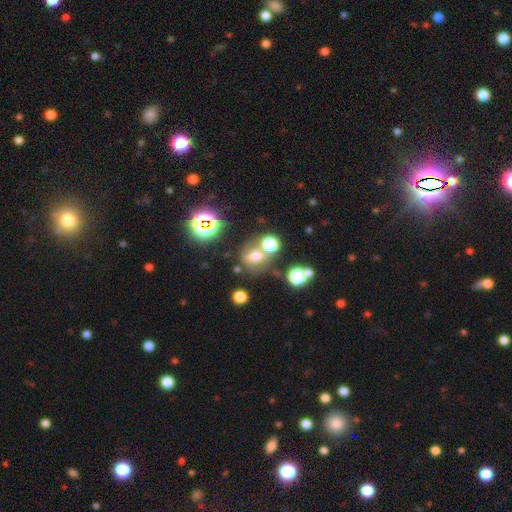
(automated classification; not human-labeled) smooth-or-featured: smooth: 58% | star or artifact: 26% | featured or disk: 16%
  how-rounded: round: 69% | in between: 30% | cigar-shaped: 1%
  merging: none: 55% | merger: 25% | minor disturbance: 13% | major disturbance: 6%